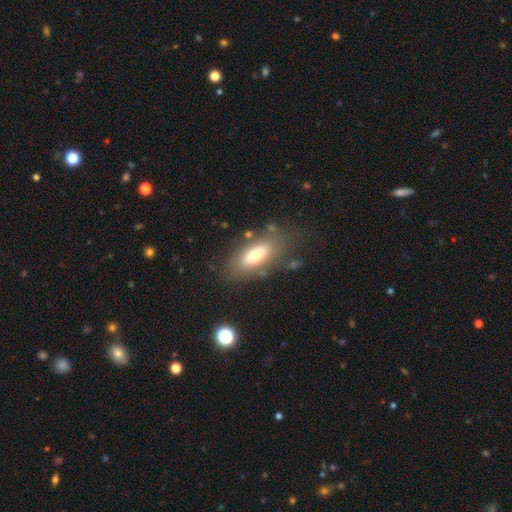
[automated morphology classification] This appears to be a smooth galaxy with no disk features (64%) that is in between round and cigar-shaped (79%). Merging: none (72%).